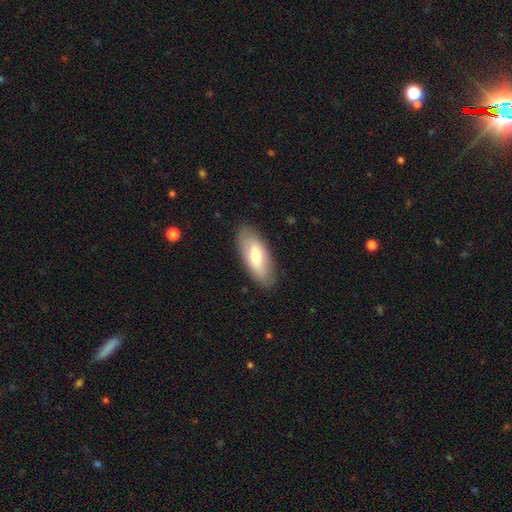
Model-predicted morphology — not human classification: Q: Smooth or featured?
A: smooth (66%); runner-up: featured or disk (28%)
Q: How rounded?
A: in between (81%); runner-up: cigar-shaped (17%)
Q: Merging?
A: none (86%); runner-up: minor disturbance (10%)